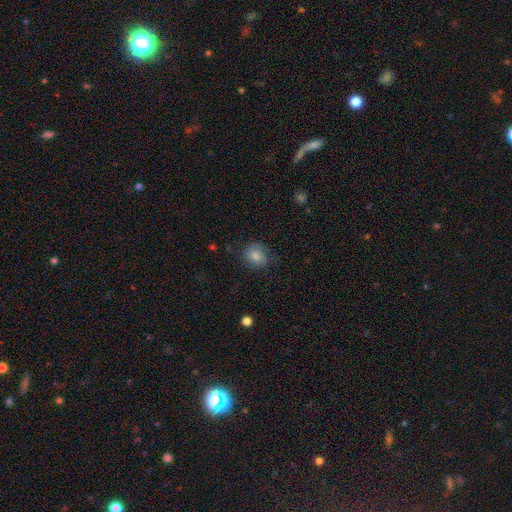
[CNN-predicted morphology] A smooth galaxy with no disk features (81%) that is round (71%).

Vote fractions:
- Smooth or featured? smooth: 81% / featured or disk: 10% / star or artifact: 9%
- How rounded? round: 71% / in between: 28% / cigar-shaped: 1%
- Merging? none: 74% / minor disturbance: 19% / major disturbance: 6% / merger: 1%